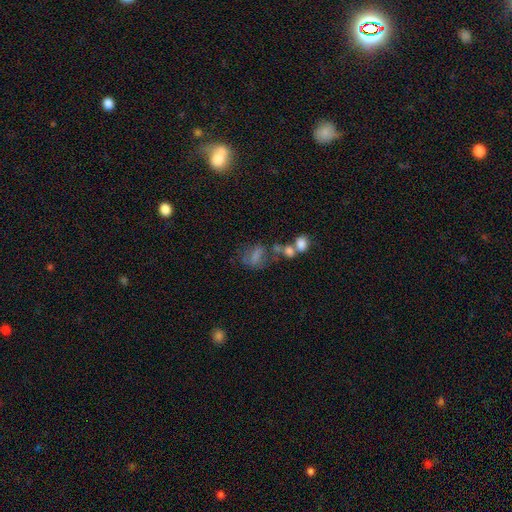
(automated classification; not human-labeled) A smooth galaxy with no disk features (44%).

Vote fractions:
- Smooth or featured? smooth: 44% / featured or disk: 31% / star or artifact: 25%
- Merging? none: 44% / major disturbance: 19% / merger: 19% / minor disturbance: 18%